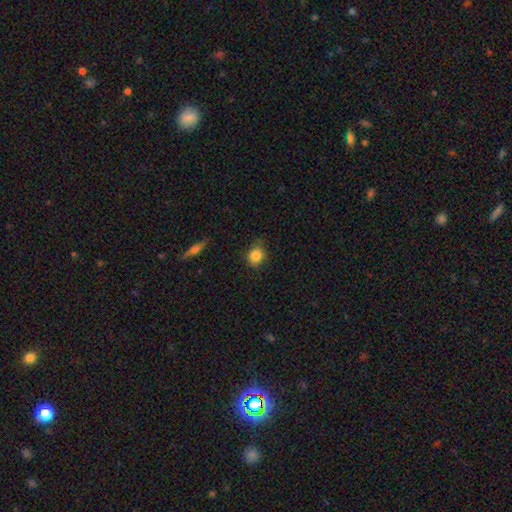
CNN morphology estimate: Smooth or featured: smooth — 85% (star or artifact — 9%)
How rounded: round — 71% (in between — 27%)
Merging: none — 78% (minor disturbance — 17%)